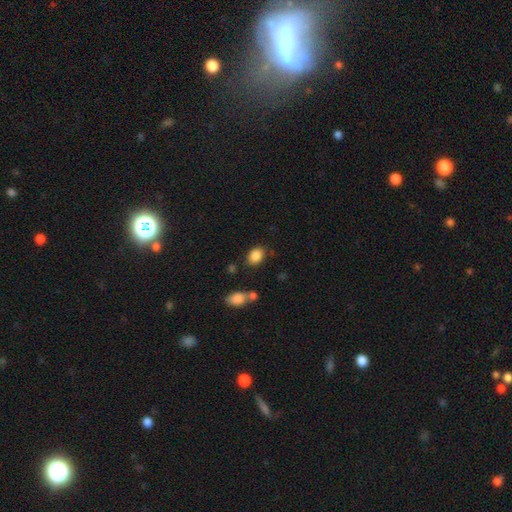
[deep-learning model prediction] A smooth galaxy with no disk features (86%) that is in between round and cigar-shaped (75%). Merging: none (77%).